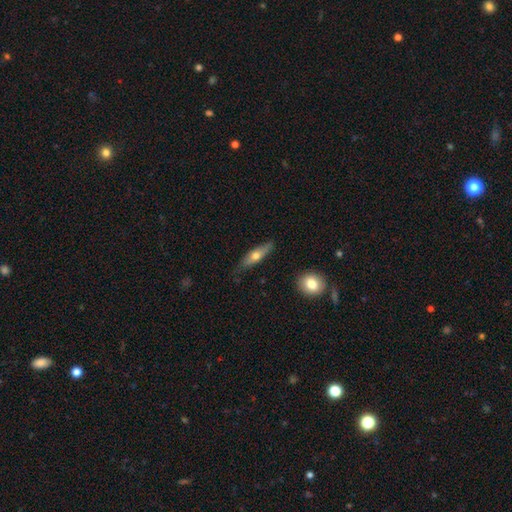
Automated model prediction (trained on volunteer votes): This is possibly a smooth galaxy (55%). How rounded: likely cigar-shaped (62%). Merging: likely none (77%).